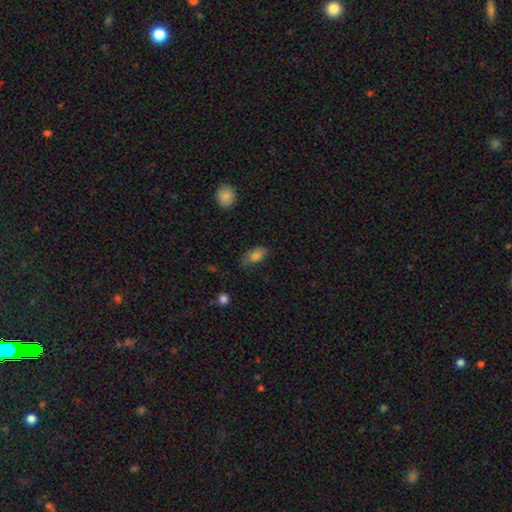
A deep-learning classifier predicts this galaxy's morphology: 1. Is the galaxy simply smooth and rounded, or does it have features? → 82% smooth, 9% star or artifact, 9% featured or disk.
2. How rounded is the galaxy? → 88% in between, 7% round, 5% cigar-shaped.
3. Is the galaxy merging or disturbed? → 67% none, 25% minor disturbance, 7% major disturbance, 2% merger.